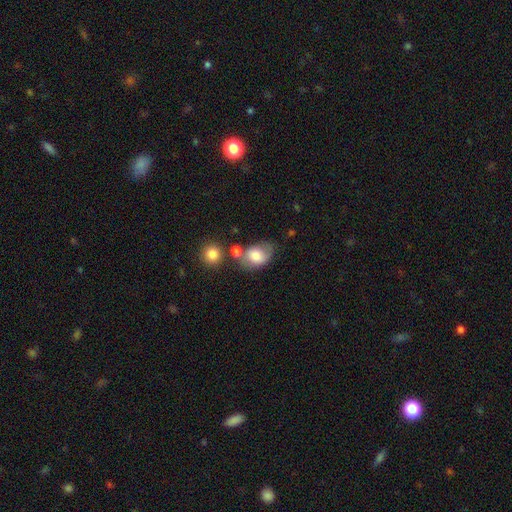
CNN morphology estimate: A smooth galaxy with no disk features (75%) that is in between round and cigar-shaped (68%). Merging: none (43%).